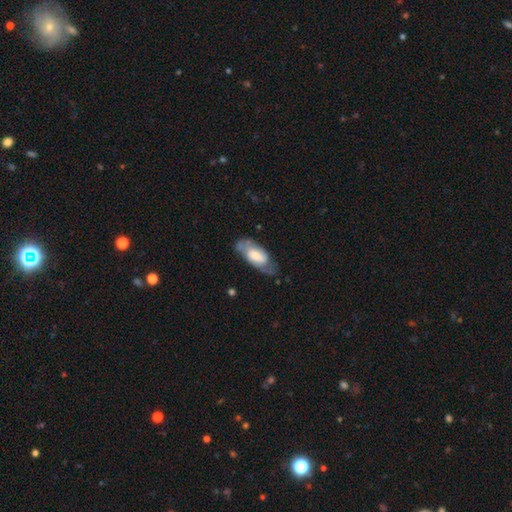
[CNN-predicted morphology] This is possibly a featured or disk galaxy (52%). It is clearly not viewed edge-on (89%). Merging: possibly none (54%).